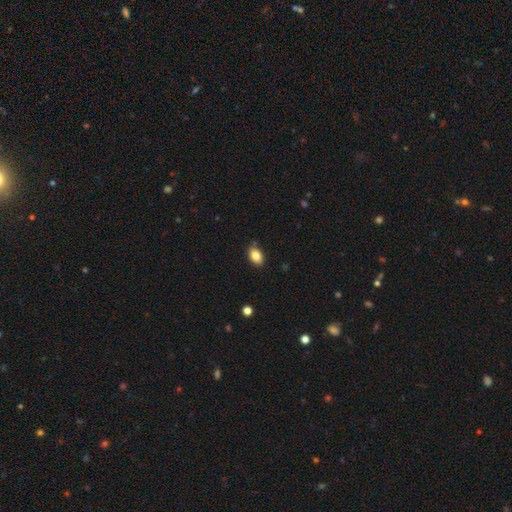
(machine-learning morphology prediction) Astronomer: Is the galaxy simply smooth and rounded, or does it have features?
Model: smooth — 84%.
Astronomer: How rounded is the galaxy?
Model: in between — 87%.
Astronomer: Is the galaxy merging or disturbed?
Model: none — 86%.